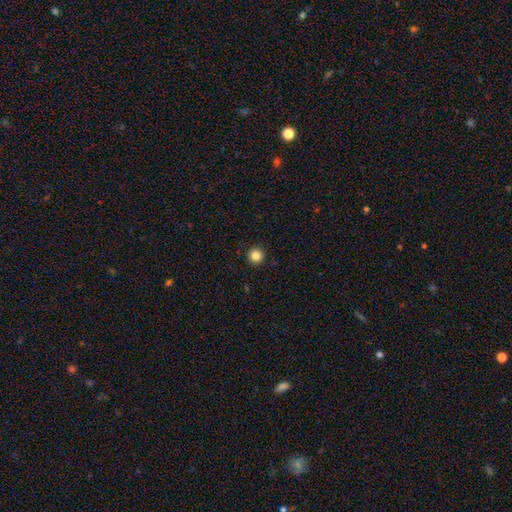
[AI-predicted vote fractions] smooth 85%, star or artifact 11%, featured or disk 4%. Down the decision tree: how rounded — round (96%); merging — none (94%).